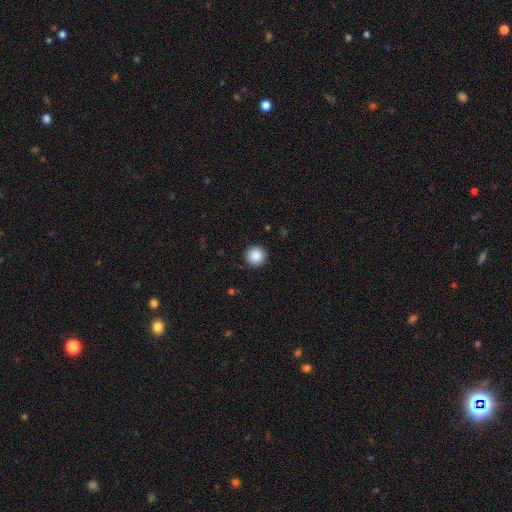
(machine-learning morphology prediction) type=smooth (88%); roundness=round (96%); merging=none (93%).